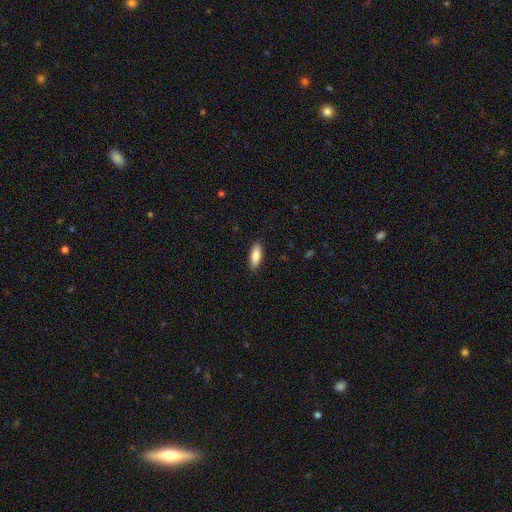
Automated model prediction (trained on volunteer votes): A smooth galaxy with no disk features (86%) that is in between round and cigar-shaped (71%).

Vote fractions:
- Smooth or featured? smooth: 86% / featured or disk: 8% / star or artifact: 6%
- How rounded? in between: 71% / cigar-shaped: 28% / round: 2%
- Merging? none: 88% / minor disturbance: 9% / major disturbance: 2% / merger: 1%